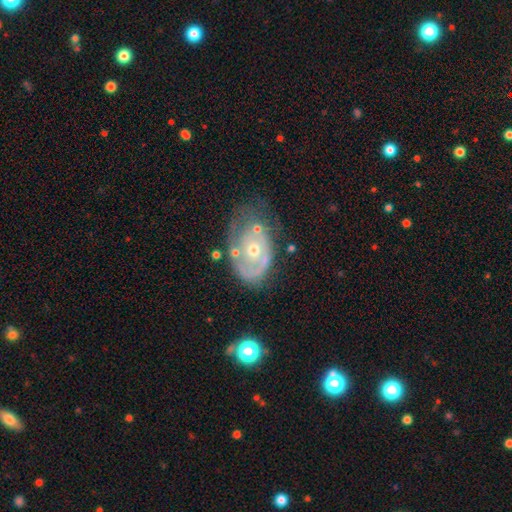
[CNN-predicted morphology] Smooth or featured? featured or disk (77%)
Edge-on disk? no (96%)
Bar? no (80%)
Spiral arms? yes (74%)
Spiral winding? tight (59%)
Spiral arm count? can't tell (35%)
Bulge size? small (48%, tied with moderate)
Merging? none (46%)